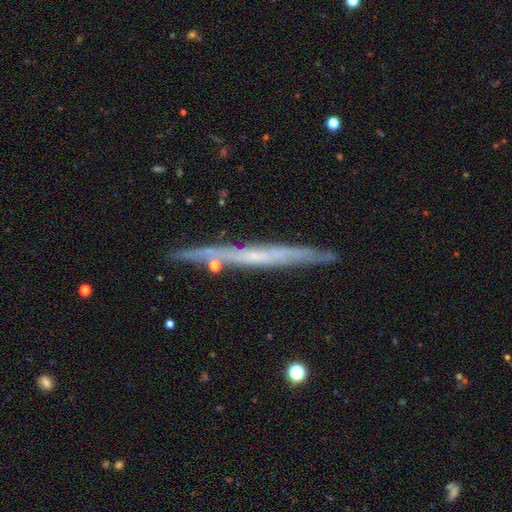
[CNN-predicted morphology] Smooth or featured: featured or disk — 66% (smooth — 27%)
Edge-on disk: yes — 94% (no — 6%)
Edge-on bulge: none — 83% (rounded — 12%)
Merging: none — 84% (minor disturbance — 11%)